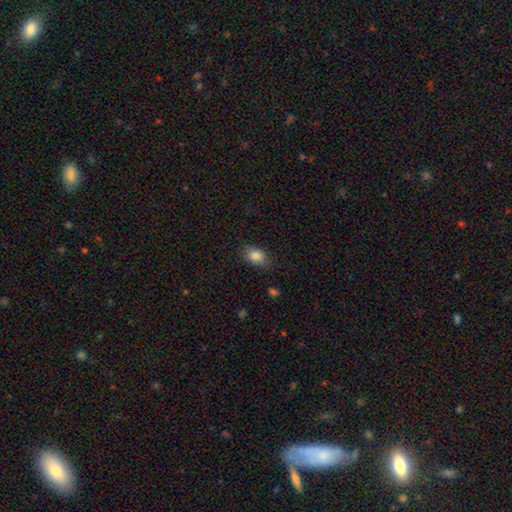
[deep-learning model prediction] Overall: smooth (87%). How rounded: in between (84%). Merging: none (79%).